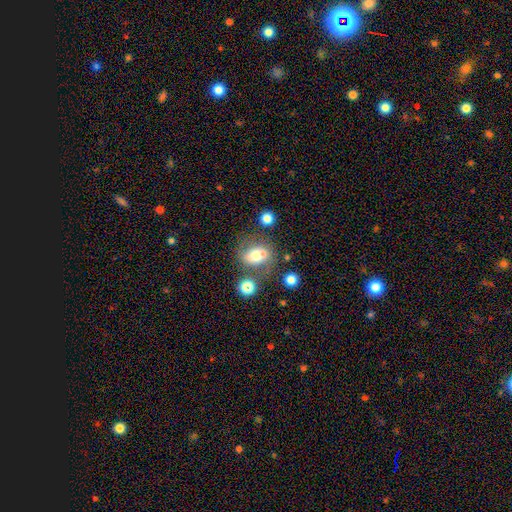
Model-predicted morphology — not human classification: smooth_or_featured: smooth (p=0.63) [alt: featured or disk p=0.25]
how_rounded: in between (p=0.54) [alt: round p=0.44]
merging: none (p=0.55) [alt: merger p=0.19]